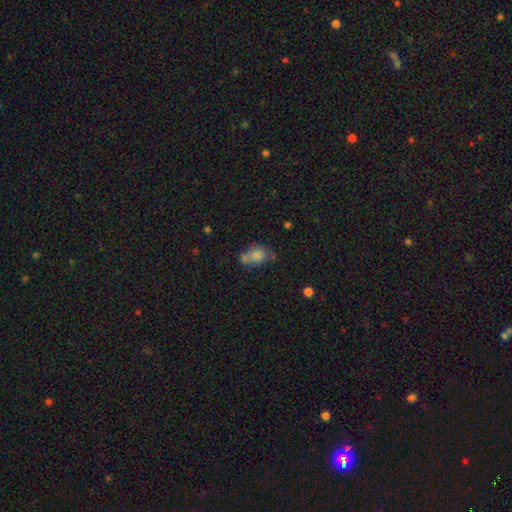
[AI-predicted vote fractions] Smooth or featured? Predicted: smooth (p=0.77). How rounded? Predicted: in between (p=0.60). Merging? Predicted: none (p=0.38).